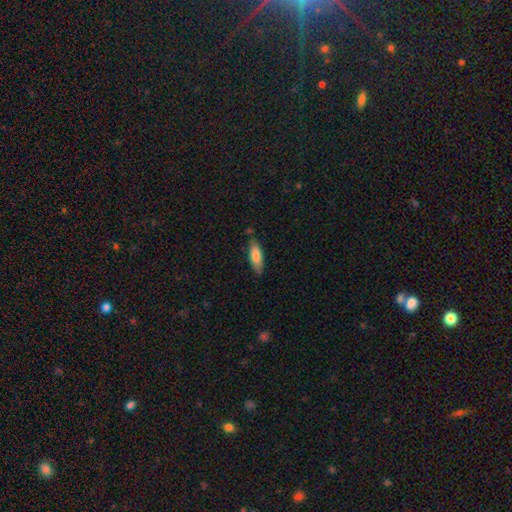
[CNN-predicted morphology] Smooth or featured? Predicted: smooth (p=0.78). How rounded? Predicted: in between (p=0.58). Merging? Predicted: none (p=0.79).